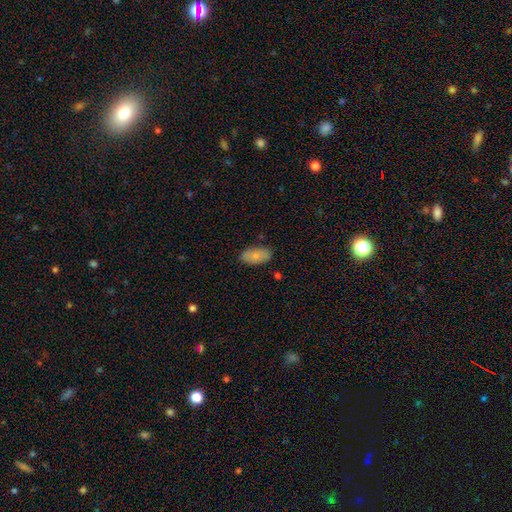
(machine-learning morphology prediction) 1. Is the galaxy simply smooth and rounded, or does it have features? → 82% smooth, 11% featured or disk, 7% star or artifact.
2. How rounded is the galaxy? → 93% in between, 4% cigar-shaped, 3% round.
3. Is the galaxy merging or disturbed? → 83% none, 13% minor disturbance, 3% major disturbance, 2% merger.